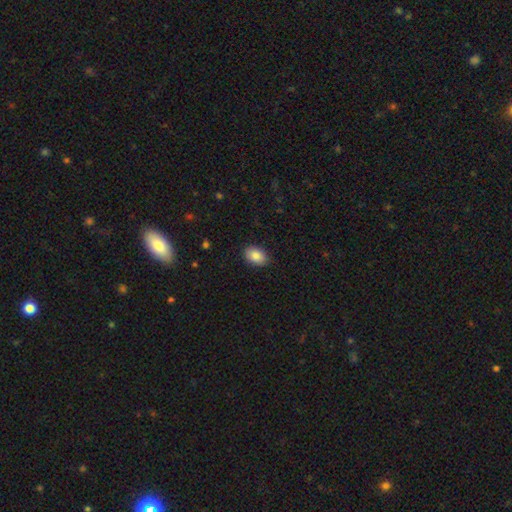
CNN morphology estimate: Smooth or featured? smooth (85%)
How rounded? in between (86%)
Merging? none (88%)